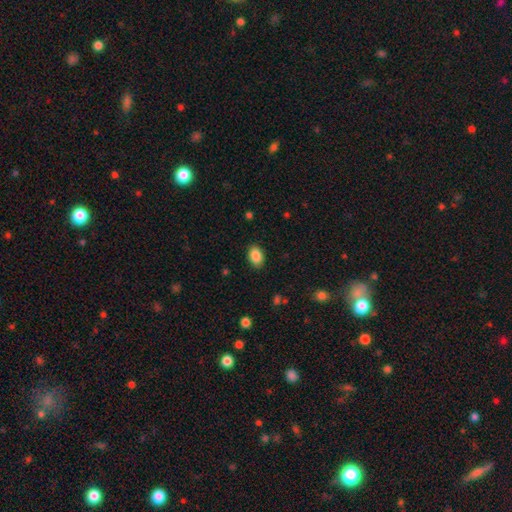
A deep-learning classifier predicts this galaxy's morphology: Q: Smooth or featured?
A: smooth (88%); runner-up: star or artifact (8%)
Q: How rounded?
A: in between (82%); runner-up: round (17%)
Q: Merging?
A: none (87%); runner-up: minor disturbance (9%)